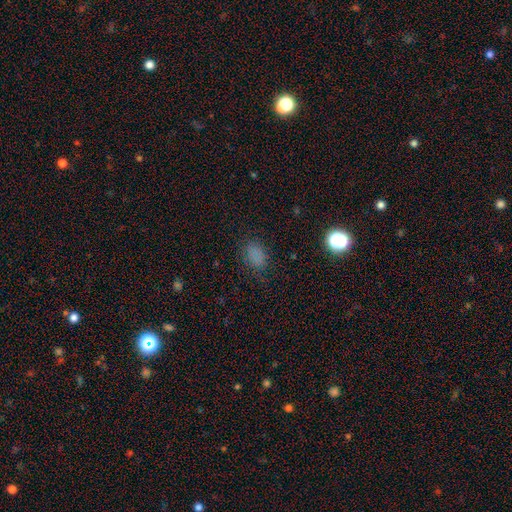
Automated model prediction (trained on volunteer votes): smooth-or-featured: smooth: 75% | star or artifact: 20% | featured or disk: 5%
  how-rounded: in between: 75% | round: 24% | cigar-shaped: 2%
  merging: none: 78% | minor disturbance: 16% | major disturbance: 5% | merger: 1%